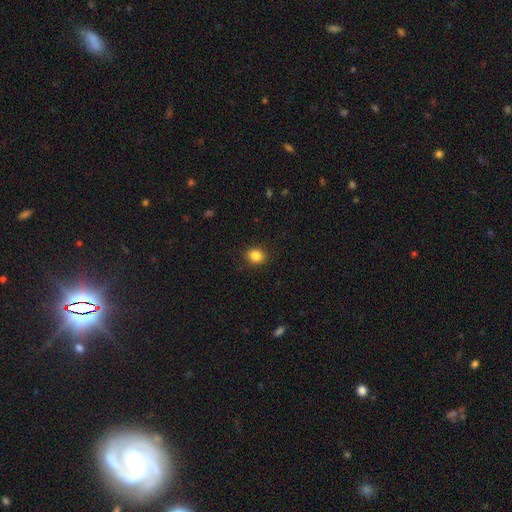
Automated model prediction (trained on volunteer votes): Smooth or featured? Predicted: smooth (p=0.85). How rounded? Predicted: round (p=0.77). Merging? Predicted: none (p=0.91).